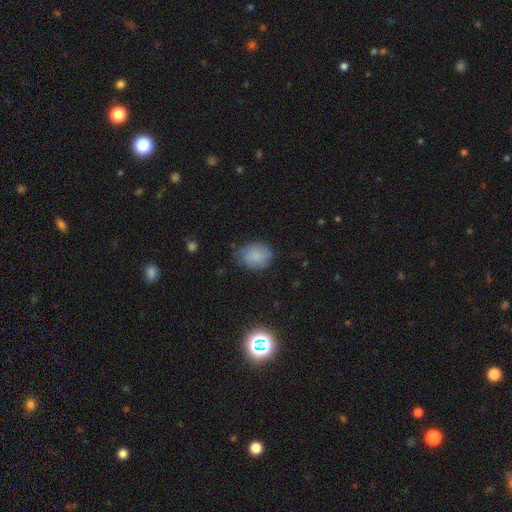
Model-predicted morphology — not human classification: This is clearly a smooth galaxy (82%). How rounded: possibly round (54%). Merging: likely none (64%).